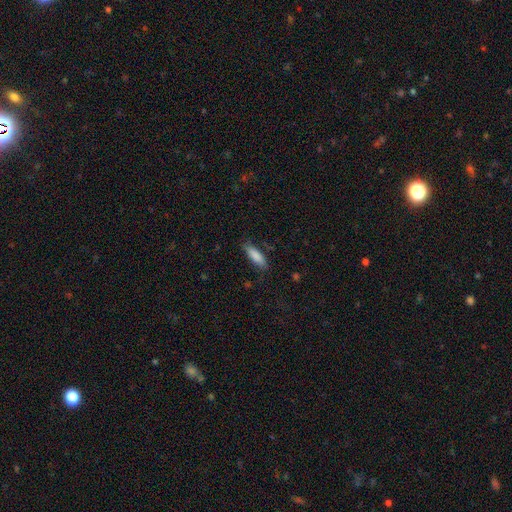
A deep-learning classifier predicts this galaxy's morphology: The model was most divided on "how rounded": in between: 57%, cigar-shaped: 42%, round: 2%. More confident: smooth or featured — smooth (86%); merging — none (80%).